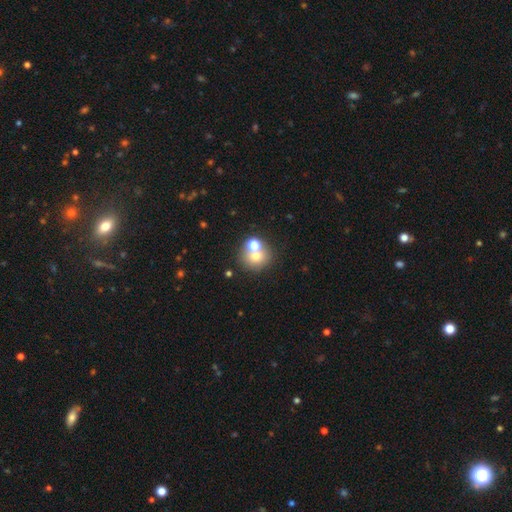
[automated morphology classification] Smooth or featured: smooth — 69% (star or artifact — 16%)
How rounded: round — 81% (in between — 18%)
Merging: none — 51% (merger — 37%)